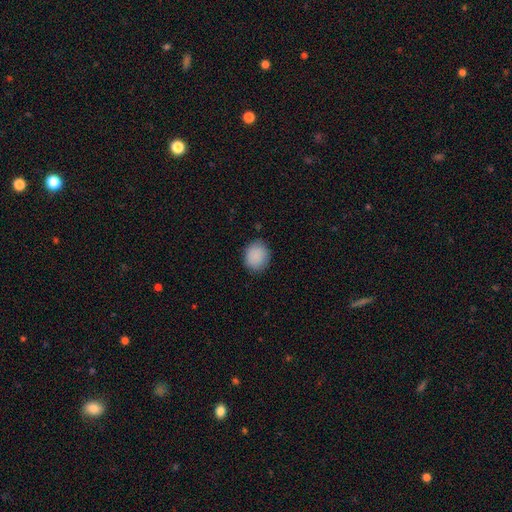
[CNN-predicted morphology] Smooth or featured: smooth — 89% (star or artifact — 8%)
How rounded: round — 70% (in between — 29%)
Merging: none — 84% (minor disturbance — 13%)